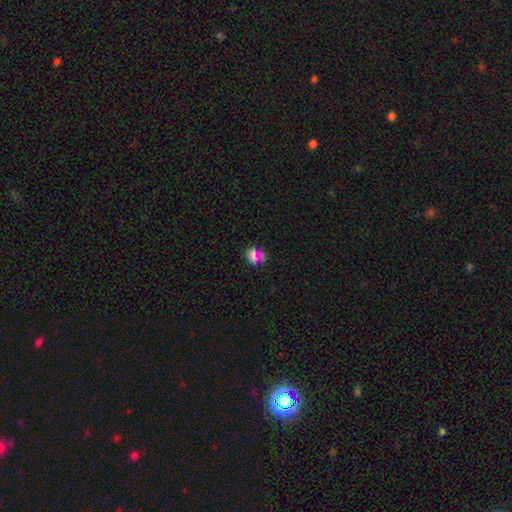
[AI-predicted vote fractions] smooth 61%, star or artifact 29%, featured or disk 10%. Down the decision tree: how rounded — round (66%); merging — none (71%).